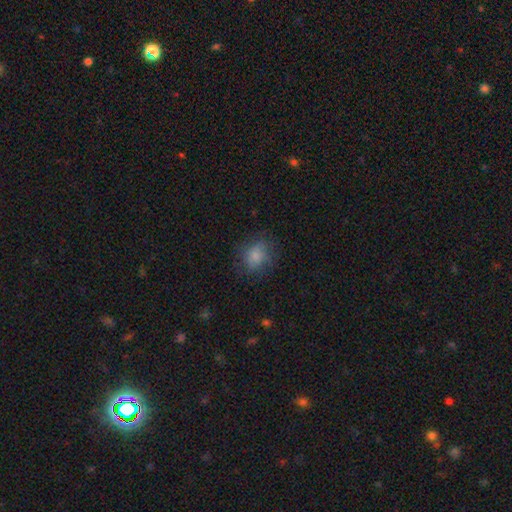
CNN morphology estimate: Smooth or featured?
  - smooth: 76% *
  - featured or disk: 13%
  - star or artifact: 11%
How rounded?
  - round: 61% *
  - in between: 38%
  - cigar-shaped: 1%
Merging?
  - none: 68% *
  - minor disturbance: 20%
  - major disturbance: 10%
  - merger: 1%